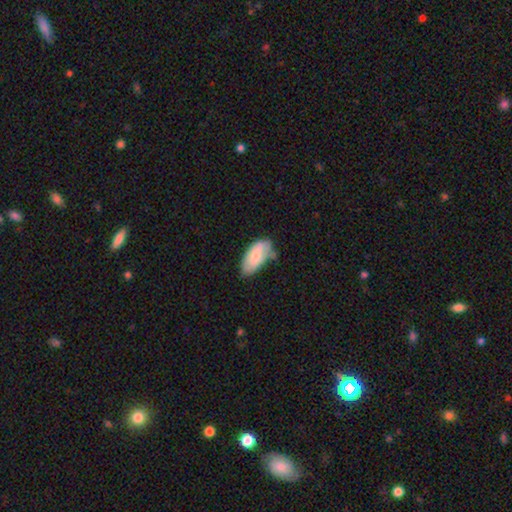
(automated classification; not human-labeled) This appears to be a smooth galaxy with no disk features (75%) that is in between round and cigar-shaped (92%). Merging: none (45%).